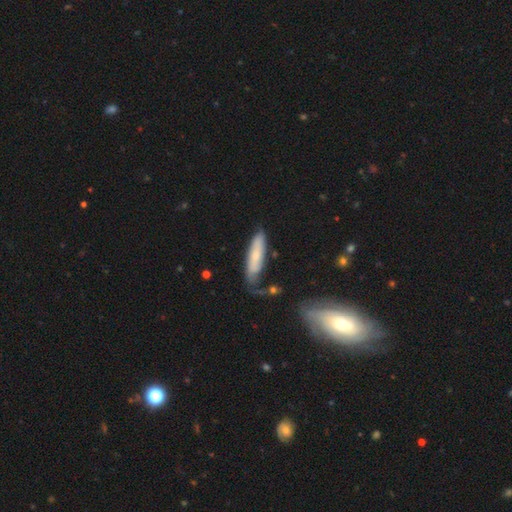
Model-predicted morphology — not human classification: smooth_or_featured: smooth (p=0.62) [alt: featured or disk p=0.31]
how_rounded: cigar-shaped (p=0.67) [alt: in between p=0.32]
merging: none (p=0.59) [alt: minor disturbance p=0.26]